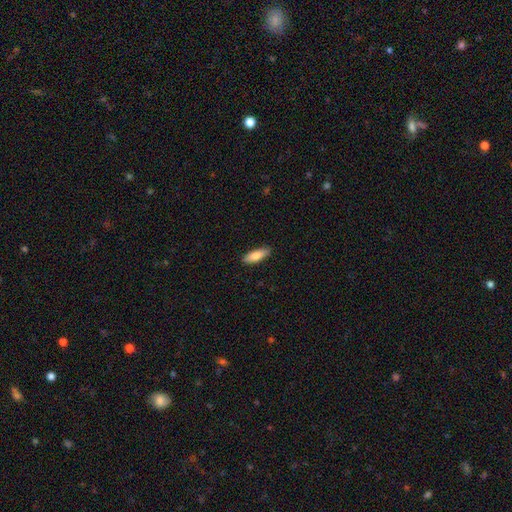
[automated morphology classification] Smooth or featured? smooth (80%)
How rounded? in between (58%)
Merging? none (89%)